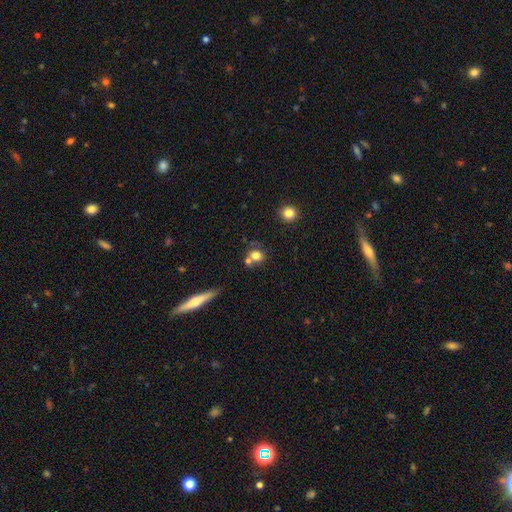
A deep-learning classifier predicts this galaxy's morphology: Smooth or featured?
  - smooth: 75% *
  - featured or disk: 13%
  - star or artifact: 12%
How rounded?
  - round: 71% *
  - in between: 27%
  - cigar-shaped: 2%
Merging?
  - none: 50% *
  - merger: 34%
  - minor disturbance: 12%
  - major disturbance: 5%